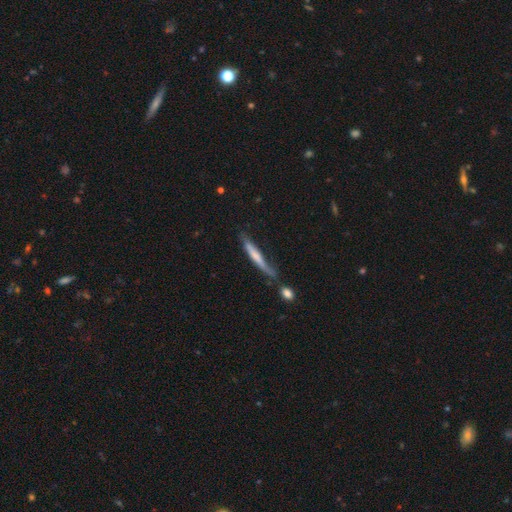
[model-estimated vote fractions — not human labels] Smooth or featured? smooth (55%)
How rounded? cigar-shaped (93%)
Merging? none (50%)